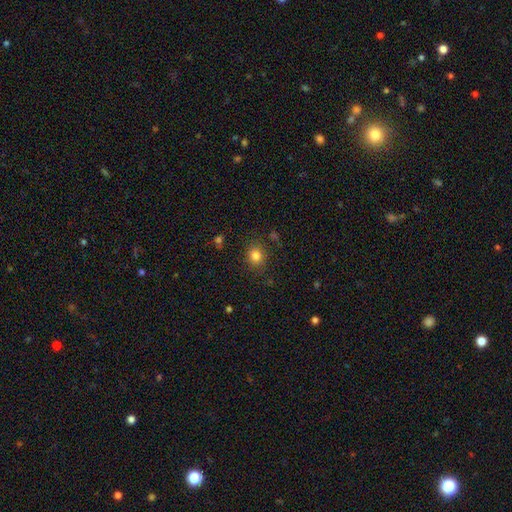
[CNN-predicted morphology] The model was most divided on "how rounded": round: 67%, in between: 32%, cigar-shaped: 1%. More confident: merging — none (84%); smooth or featured — smooth (82%).